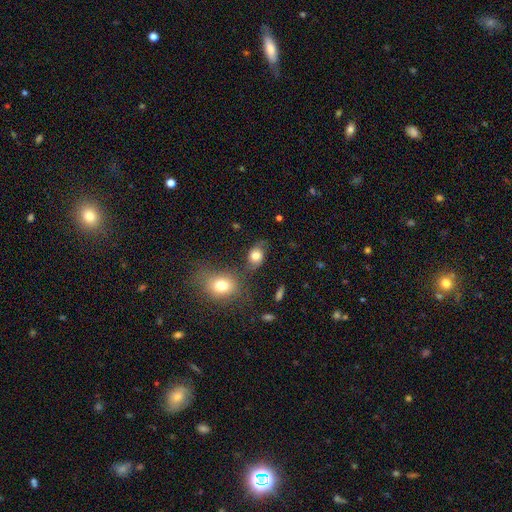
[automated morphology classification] A smooth galaxy with no disk features (69%) that is in between round and cigar-shaped (64%).

Vote fractions:
- Smooth or featured? smooth: 69% / featured or disk: 20% / star or artifact: 11%
- How rounded? in between: 64% / round: 34% / cigar-shaped: 2%
- Merging? none: 59% / minor disturbance: 21% / merger: 10% / major disturbance: 10%